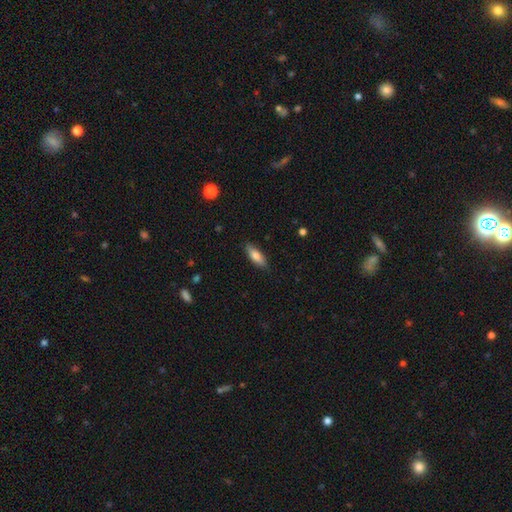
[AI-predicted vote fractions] A smooth galaxy with no disk features (77%) that is in between round and cigar-shaped (60%). Merging: none (87%).